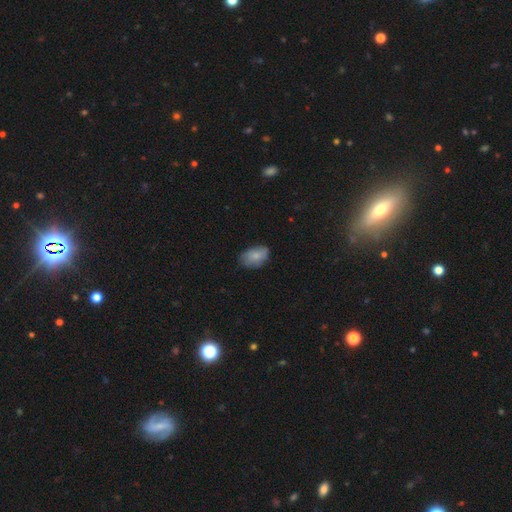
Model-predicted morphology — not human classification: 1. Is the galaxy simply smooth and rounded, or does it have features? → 77% smooth, 16% featured or disk, 7% star or artifact.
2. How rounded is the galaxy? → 89% in between, 10% round, 1% cigar-shaped.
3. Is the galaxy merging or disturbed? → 67% none, 26% minor disturbance, 6% major disturbance, 1% merger.